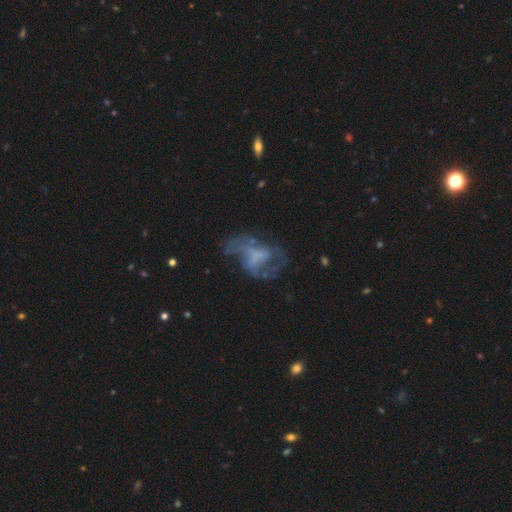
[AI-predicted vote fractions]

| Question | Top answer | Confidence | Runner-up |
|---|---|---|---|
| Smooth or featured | featured or disk | 66% | smooth (23%) |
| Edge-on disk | no | 97% | yes (3%) |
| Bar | no | 55% | weak (34%) |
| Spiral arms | yes | 61% | no (39%) |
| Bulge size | none | 60% | small (16%) |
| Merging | none | 39% | major disturbance (37%) |